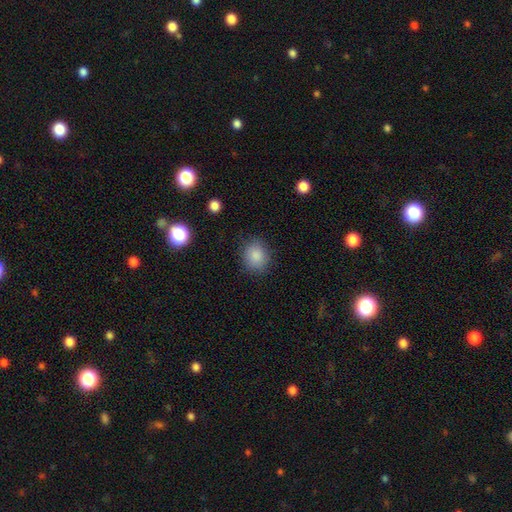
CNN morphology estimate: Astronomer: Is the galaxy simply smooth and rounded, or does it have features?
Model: smooth — 86%.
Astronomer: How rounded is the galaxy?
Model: round — 67%.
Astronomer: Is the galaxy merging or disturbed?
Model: none — 83%.